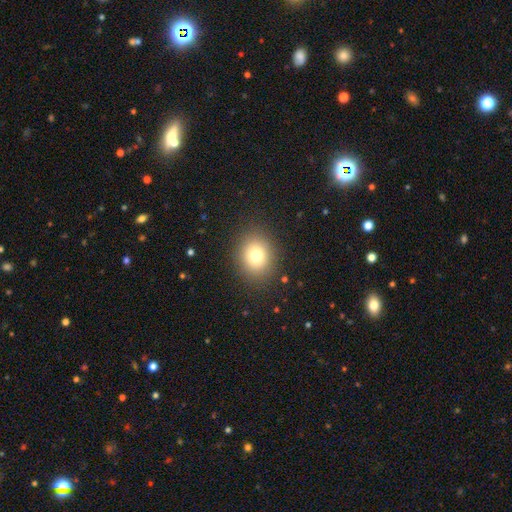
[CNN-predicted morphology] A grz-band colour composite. It shows a smooth galaxy with no disk features (78%) that is round (68%). Merging: none (88%).